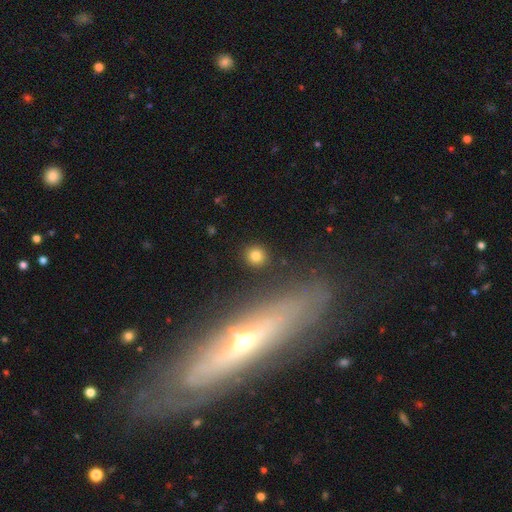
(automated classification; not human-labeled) smooth 82%, star or artifact 12%, featured or disk 6%. Down the decision tree: how rounded — round (91%); merging — none (90%).